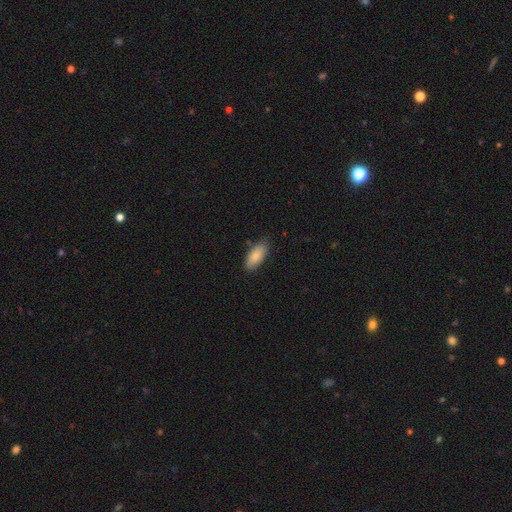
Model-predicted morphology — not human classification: smooth-or-featured: smooth: 86% | featured or disk: 8% | star or artifact: 6%
  how-rounded: in between: 87% | cigar-shaped: 12% | round: 2%
  merging: none: 79% | minor disturbance: 17% | major disturbance: 3% | merger: 1%